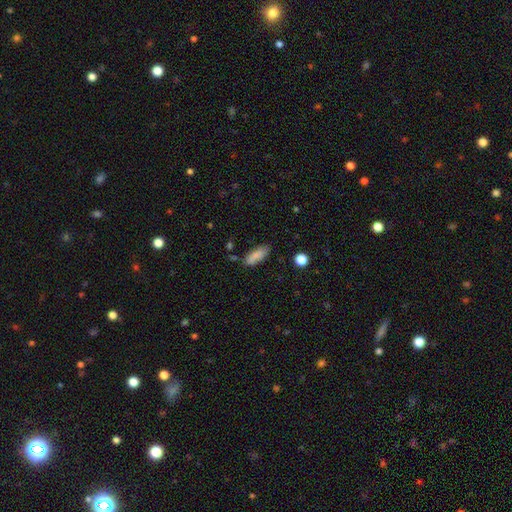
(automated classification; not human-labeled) A smooth galaxy with no disk features (83%) that is in between round and cigar-shaped (69%). Merging: none (74%).